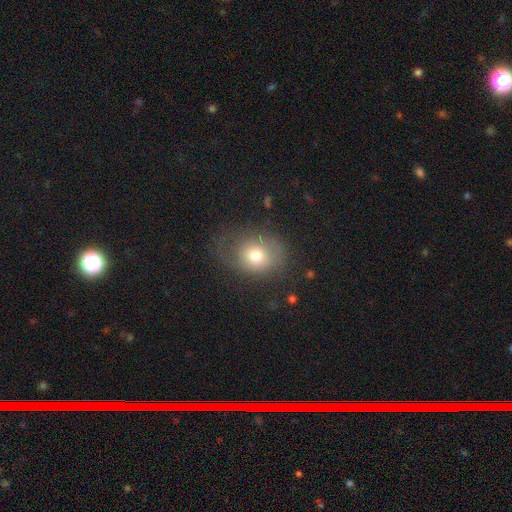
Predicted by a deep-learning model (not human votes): This appears to be a smooth galaxy with no disk features (69%) that is in between round and cigar-shaped (50%). Merging: none (54%).